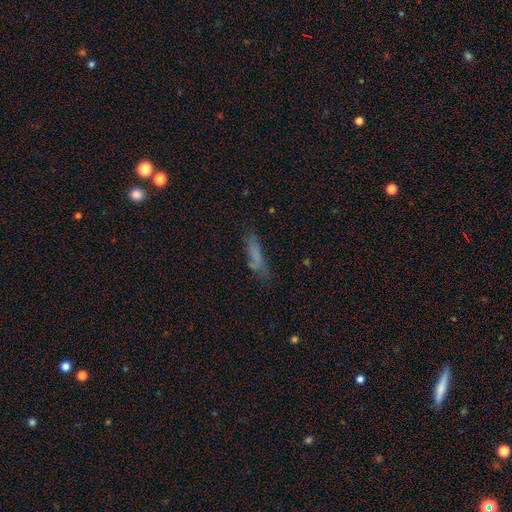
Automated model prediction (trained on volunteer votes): Q: Smooth or featured?
A: smooth (65%); runner-up: featured or disk (24%)
Q: How rounded?
A: cigar-shaped (70%); runner-up: in between (28%)
Q: Merging?
A: none (59%); runner-up: minor disturbance (25%)